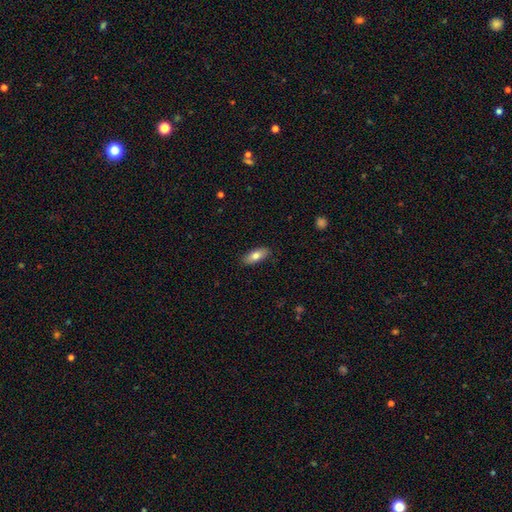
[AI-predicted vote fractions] Morphology: type=smooth (77%); roundness=in between (76%); merging=none (88%).